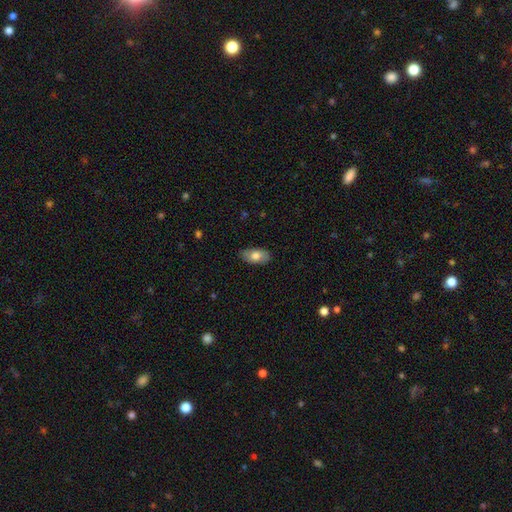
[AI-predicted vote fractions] Smooth or featured? Predicted: smooth (p=0.76). How rounded? Predicted: in between (p=0.93). Merging? Predicted: none (p=0.83).